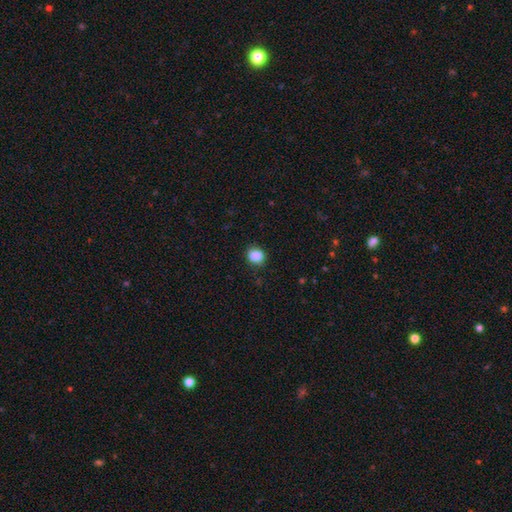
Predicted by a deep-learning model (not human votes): Morphology: type=smooth (86%); roundness=round (59%); merging=none (80%).